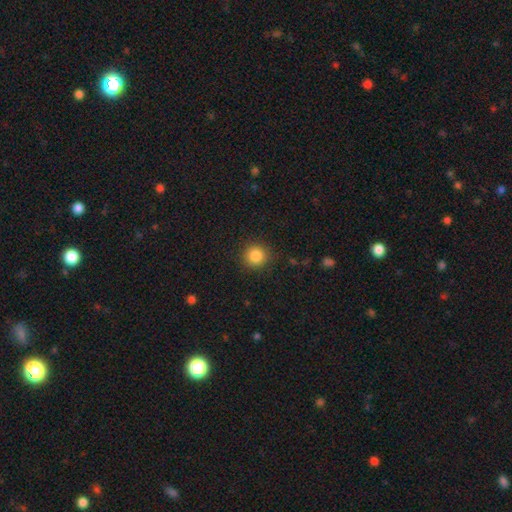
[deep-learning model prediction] Smooth or featured?
  - smooth: 85% *
  - star or artifact: 11%
  - featured or disk: 4%
How rounded?
  - round: 92% *
  - in between: 7%
  - cigar-shaped: 1%
Merging?
  - none: 90% *
  - minor disturbance: 7%
  - major disturbance: 3%
  - merger: 1%